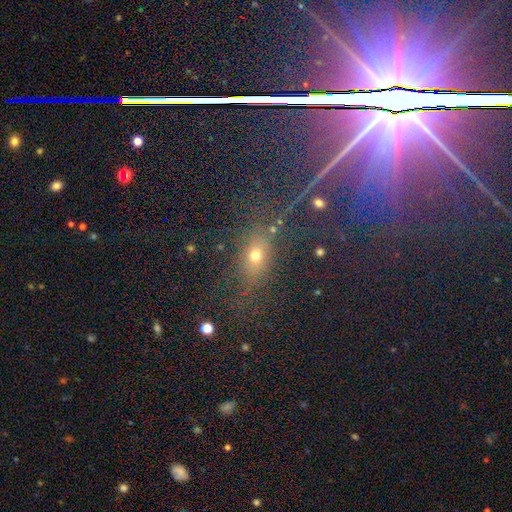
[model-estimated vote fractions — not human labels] smooth 51%, star or artifact 35%, featured or disk 15%. Down the decision tree: how rounded — in between (68%); merging — none (80%).